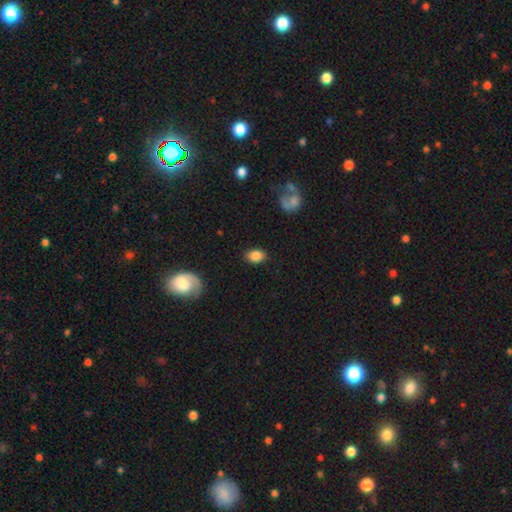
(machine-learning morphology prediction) smooth 83%, star or artifact 9%, featured or disk 8%. Down the decision tree: how rounded — in between (81%); merging — none (83%).